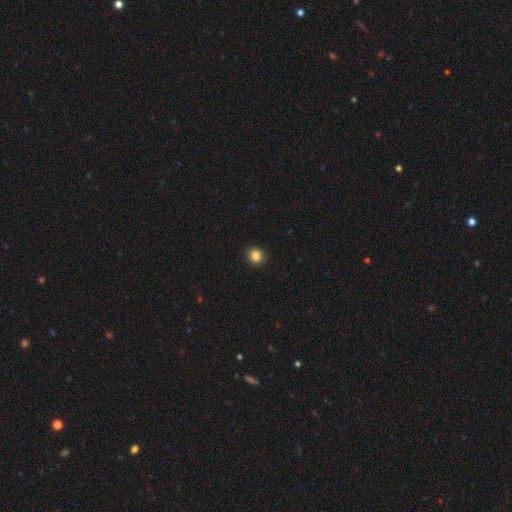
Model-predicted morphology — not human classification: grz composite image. It shows a smooth galaxy with no disk features (86%) that is round (78%). Merging: none (90%).